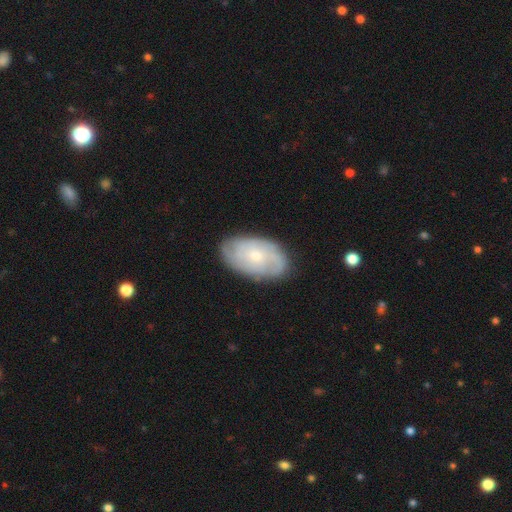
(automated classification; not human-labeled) Q: Smooth or featured?
A: featured or disk (64%); runner-up: smooth (30%)
Q: Edge-on disk?
A: no (95%); runner-up: yes (5%)
Q: Bar?
A: no (78%); runner-up: weak (19%)
Q: Spiral arms?
A: yes (85%); runner-up: no (15%)
Q: Spiral winding?
A: tight (59%); runner-up: medium (30%)
Q: Spiral arm count?
A: can't tell (47%); runner-up: 2 (21%)
Q: Bulge size?
A: small (65%); runner-up: moderate (31%)
Q: Merging?
A: none (79%); runner-up: minor disturbance (16%)